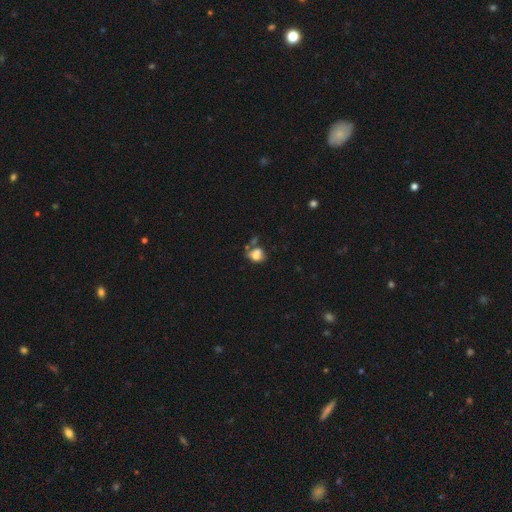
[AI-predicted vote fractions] smooth_or_featured: smooth (p=0.72) [alt: featured or disk p=0.17]
how_rounded: round (p=0.50) [alt: in between p=0.49]
merging: none (p=0.39) [alt: merger p=0.25]